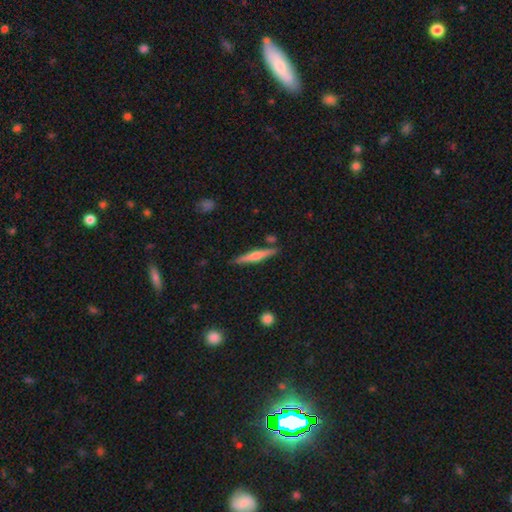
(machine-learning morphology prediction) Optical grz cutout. It shows a featured or disk galaxy (62%) viewed edge-on (98%) with a rounded central bulge (82%). Merging: none (87%).